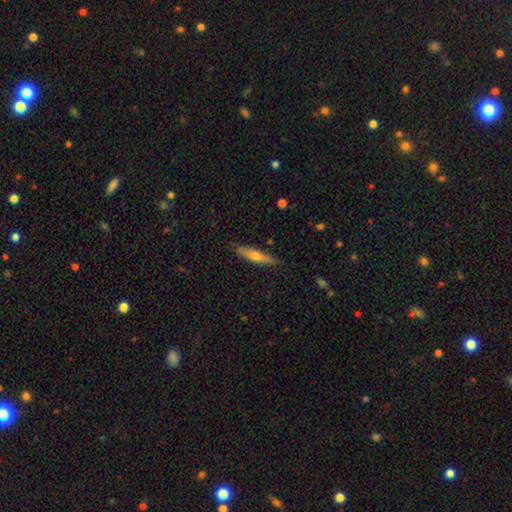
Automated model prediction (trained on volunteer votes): Smooth or featured?
  - smooth: 58% *
  - featured or disk: 36%
  - star or artifact: 6%
How rounded?
  - cigar-shaped: 83% *
  - in between: 15%
  - round: 2%
Merging?
  - none: 84% *
  - minor disturbance: 13%
  - major disturbance: 2%
  - merger: 1%